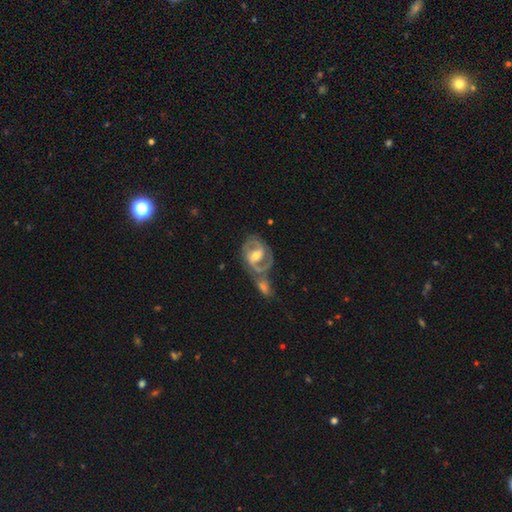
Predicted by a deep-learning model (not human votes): Morphology: type=featured or disk (85%); edge-on=no (97%); bar=weak (45%); spiral arms=yes (93%); winding=medium (49%); arm count=2 (81%); bulge=moderate (65%); merging=none (37%).